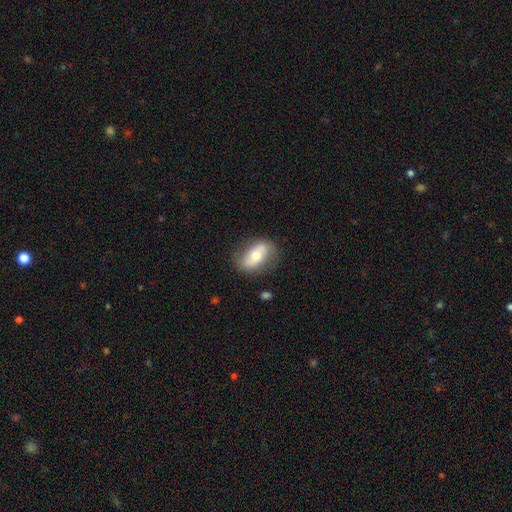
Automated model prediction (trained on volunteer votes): smooth_or_featured: featured or disk (p=0.54) [alt: smooth p=0.40]
disk_edge_on: no (p=0.91) [alt: yes p=0.09]
merging: none (p=0.76) [alt: minor disturbance p=0.17]